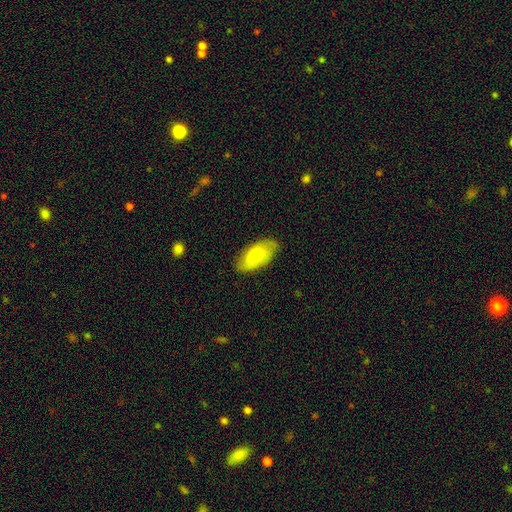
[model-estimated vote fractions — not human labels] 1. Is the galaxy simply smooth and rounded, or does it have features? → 68% smooth, 26% featured or disk, 6% star or artifact.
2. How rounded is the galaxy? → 93% in between, 4% cigar-shaped, 3% round.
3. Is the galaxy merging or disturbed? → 79% none, 17% minor disturbance, 3% major disturbance, 1% merger.